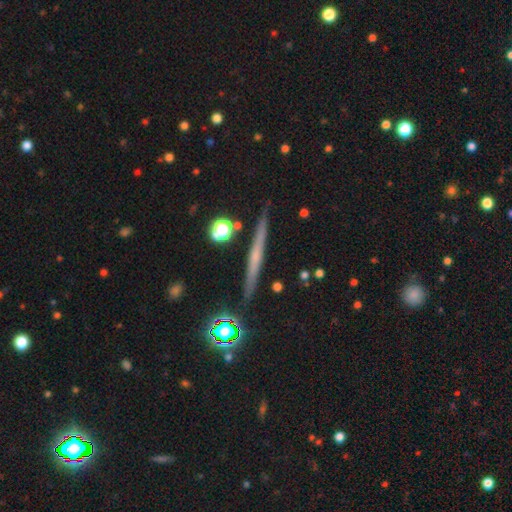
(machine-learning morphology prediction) smooth_or_featured: featured or disk (p=0.54) [alt: smooth p=0.34]
disk_edge_on: yes (p=0.97) [alt: no p=0.03]
edge_on_bulge: none (p=0.70) [alt: rounded p=0.24]
merging: none (p=0.90) [alt: minor disturbance p=0.07]